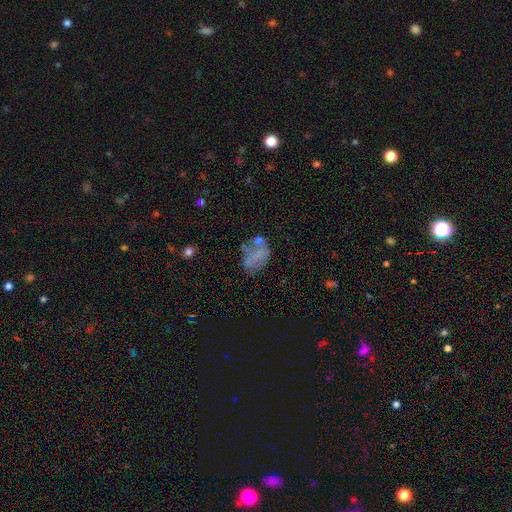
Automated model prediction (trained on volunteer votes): Smooth or featured?
  - smooth: 45% *
  - featured or disk: 40%
  - star or artifact: 14%
Merging?
  - none: 40% *
  - major disturbance: 23%
  - minor disturbance: 23%
  - merger: 14%